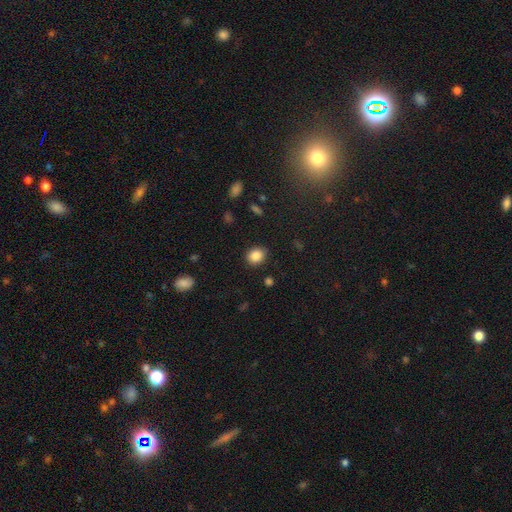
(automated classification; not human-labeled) Smooth or featured: smooth — 86% (star or artifact — 9%)
How rounded: round — 61% (in between — 38%)
Merging: none — 87% (minor disturbance — 9%)